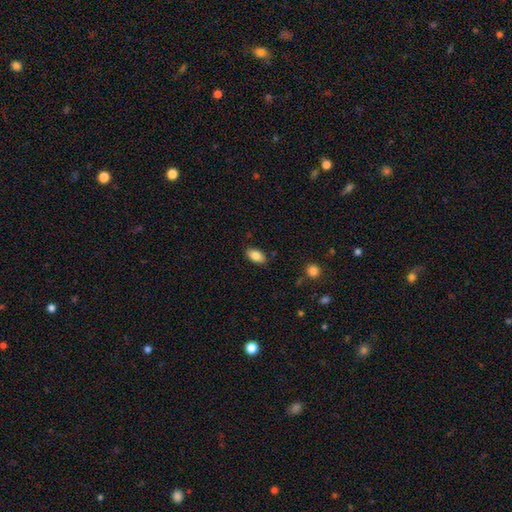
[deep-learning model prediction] A smooth galaxy with no disk features (83%) that is in between round and cigar-shaped (92%).

Vote fractions:
- Smooth or featured? smooth: 83% / featured or disk: 9% / star or artifact: 8%
- How rounded? in between: 92% / round: 5% / cigar-shaped: 3%
- Merging? none: 85% / minor disturbance: 11% / major disturbance: 2% / merger: 1%